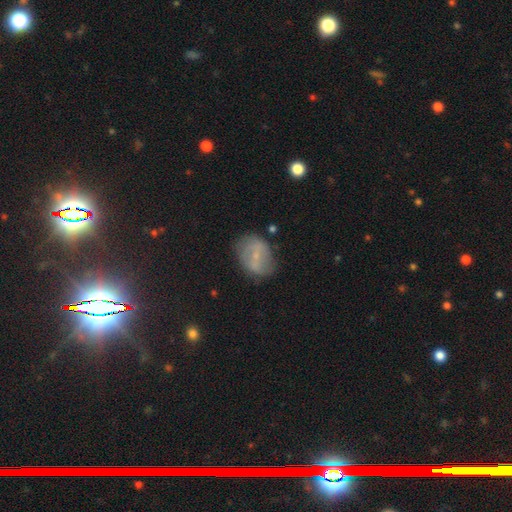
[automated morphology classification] Overall: smooth (47%; featured or disk 42%). Merging: none (67%).